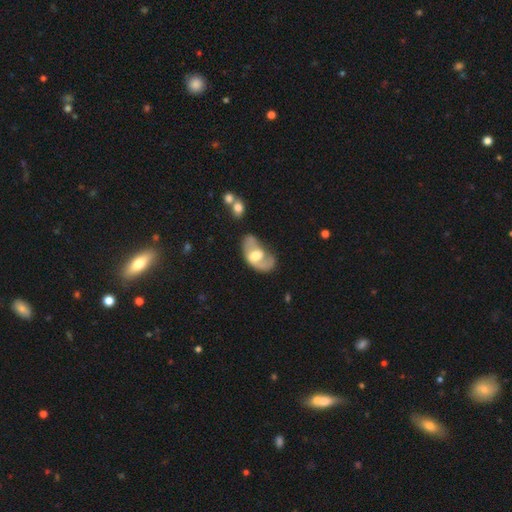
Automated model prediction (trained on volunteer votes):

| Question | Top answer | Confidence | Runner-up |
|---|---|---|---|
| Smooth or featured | featured or disk | 60% | smooth (34%) |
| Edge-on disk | no | 95% | yes (5%) |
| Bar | no | 43% | weak (42%) |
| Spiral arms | yes | 65% | no (35%) |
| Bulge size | moderate | 63% | large (23%) |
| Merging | none | 33% | major disturbance (29%) |